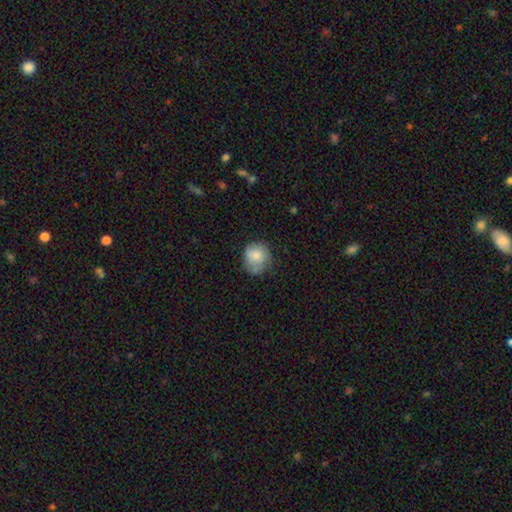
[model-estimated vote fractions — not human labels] A smooth galaxy with no disk features (78%) that is round (82%). Merging: none (60%).